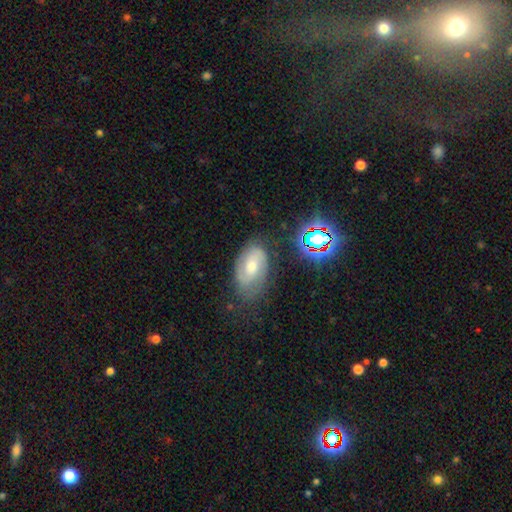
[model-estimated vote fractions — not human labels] Overall: featured or disk (61%; smooth 28%). Edge-on disk: no (95%). Bar: no (49%; weak 41%). Spiral arms: yes (85%). Bulge size: moderate (59%; small 30%). Merging: none (64%; minor disturbance 24%).